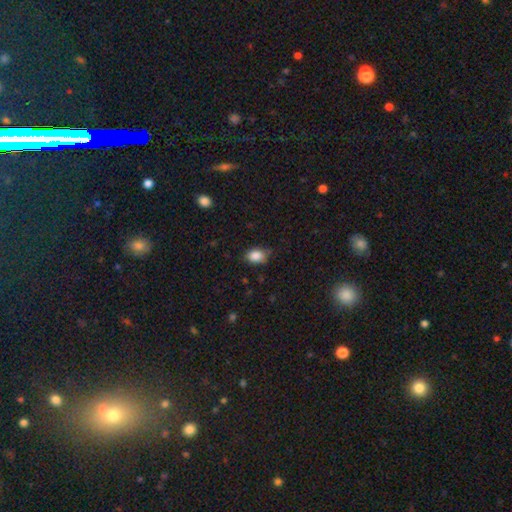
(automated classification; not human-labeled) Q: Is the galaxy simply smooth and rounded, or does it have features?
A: smooth — 86%.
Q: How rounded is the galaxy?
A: in between — 73%.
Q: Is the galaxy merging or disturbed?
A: none — 71%.